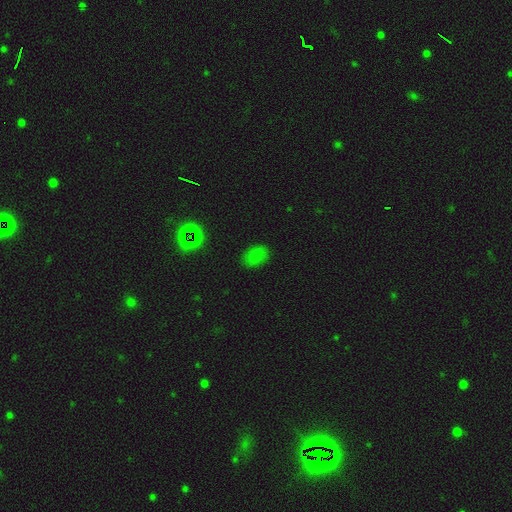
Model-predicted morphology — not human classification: Smooth or featured? smooth (75%)
How rounded? in between (81%)
Merging? none (81%)